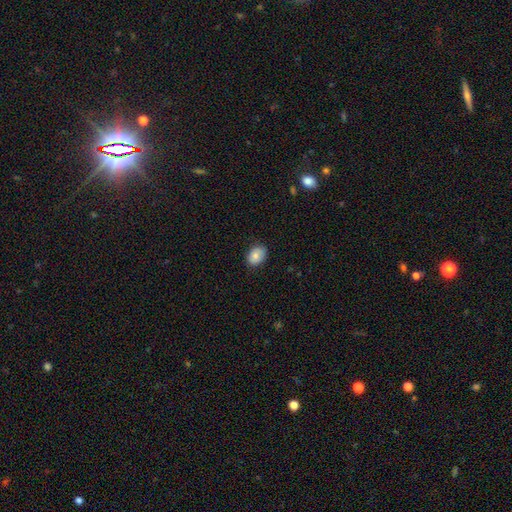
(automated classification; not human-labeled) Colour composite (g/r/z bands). It shows a smooth galaxy with no disk features (81%) that is in between round and cigar-shaped (68%). Merging: none (82%).